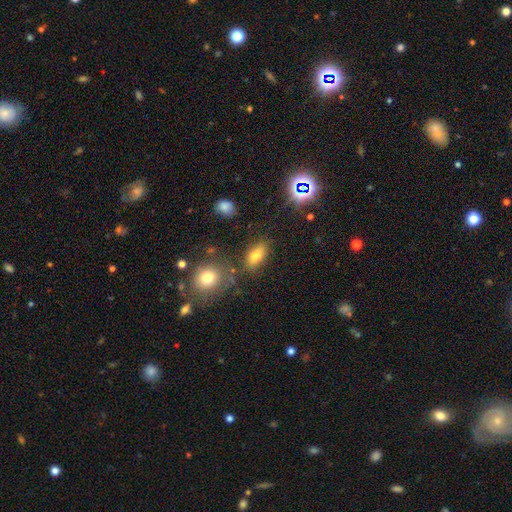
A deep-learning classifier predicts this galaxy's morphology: type=smooth (71%); roundness=in between (81%); merging=none (77%).